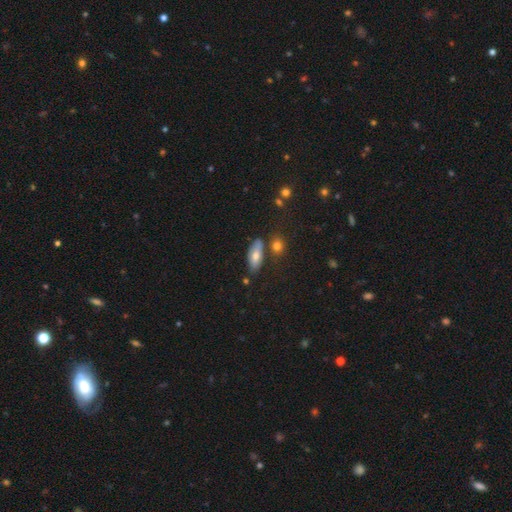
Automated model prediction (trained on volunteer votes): Smooth or featured? Predicted: smooth (p=0.69). How rounded? Predicted: in between (p=0.80). Merging? Predicted: none (p=0.71).